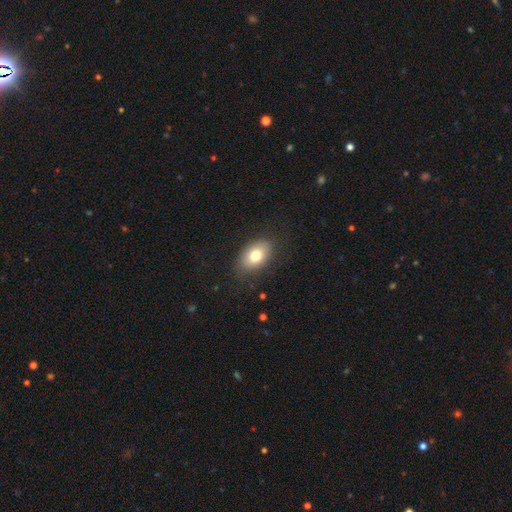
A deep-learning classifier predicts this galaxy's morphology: Smooth or featured? Predicted: smooth (p=0.76). How rounded? Predicted: in between (p=0.85). Merging? Predicted: none (p=0.82).